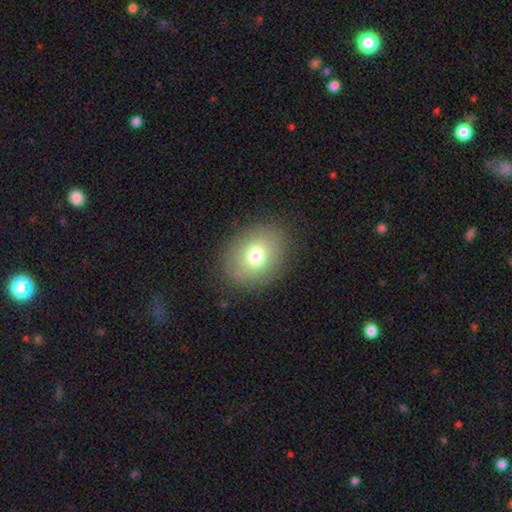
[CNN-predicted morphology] The model was most divided on "how rounded": round: 50%, in between: 49%, cigar-shaped: 1%. More confident: merging — none (86%); smooth or featured — smooth (73%).